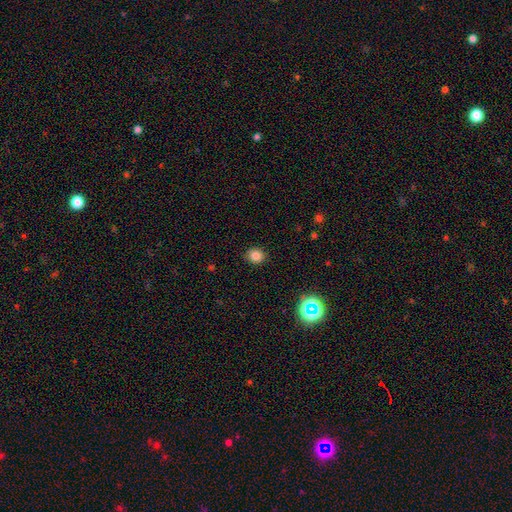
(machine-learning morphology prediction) Q: Smooth or featured?
A: smooth (81%); runner-up: star or artifact (13%)
Q: How rounded?
A: round (79%); runner-up: in between (20%)
Q: Merging?
A: none (90%); runner-up: minor disturbance (7%)